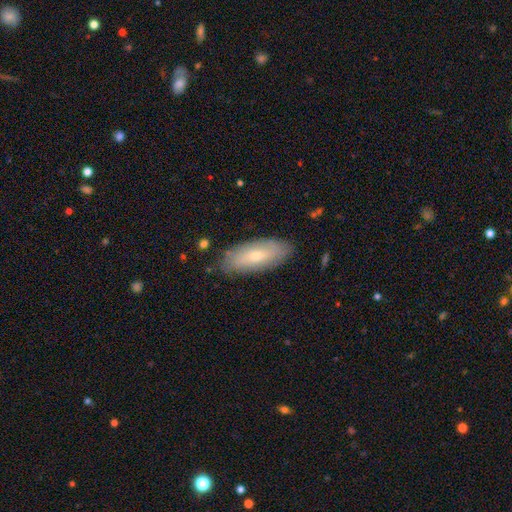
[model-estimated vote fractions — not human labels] smooth-or-featured: smooth: 54% | featured or disk: 39% | star or artifact: 7%
  how-rounded: in between: 75% | cigar-shaped: 22% | round: 2%
  merging: none: 84% | minor disturbance: 12% | major disturbance: 3% | merger: 1%